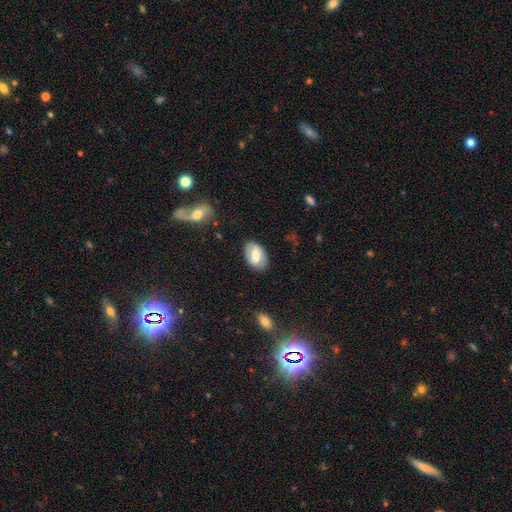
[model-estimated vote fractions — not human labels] featured or disk 50%, smooth 43%, star or artifact 7%. Down the decision tree: merging — none (81%).